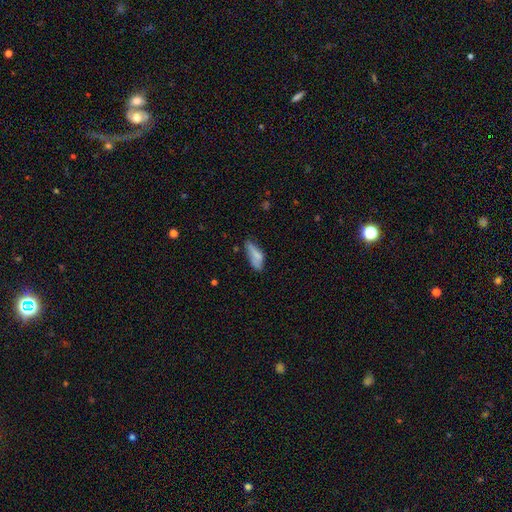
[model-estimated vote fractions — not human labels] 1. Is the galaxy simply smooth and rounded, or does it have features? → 74% smooth, 18% featured or disk, 8% star or artifact.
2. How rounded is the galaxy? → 66% in between, 32% cigar-shaped, 2% round.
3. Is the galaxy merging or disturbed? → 48% none, 33% minor disturbance, 14% major disturbance, 5% merger.